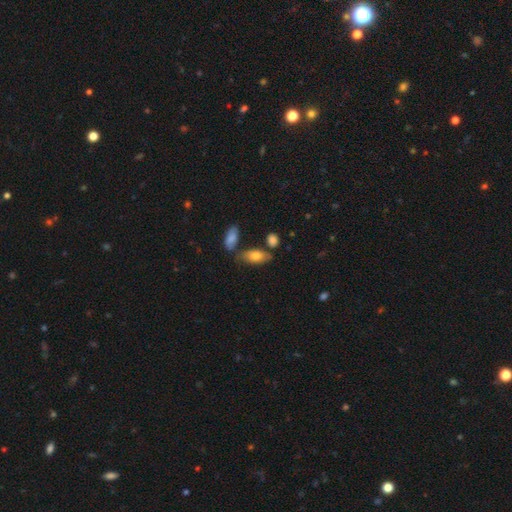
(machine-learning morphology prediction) A smooth galaxy with no disk features (74%) that is in between round and cigar-shaped (84%). Merging: none (65%).